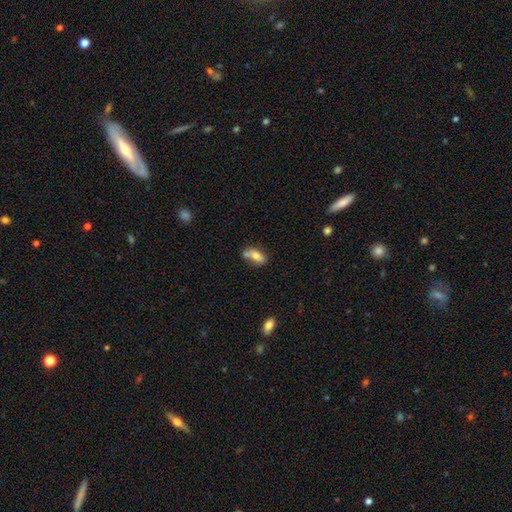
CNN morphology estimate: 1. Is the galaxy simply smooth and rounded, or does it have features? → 66% smooth, 26% featured or disk, 8% star or artifact.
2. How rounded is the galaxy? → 77% in between, 18% cigar-shaped, 5% round.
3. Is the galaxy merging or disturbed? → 44% none, 29% merger, 20% minor disturbance, 8% major disturbance.